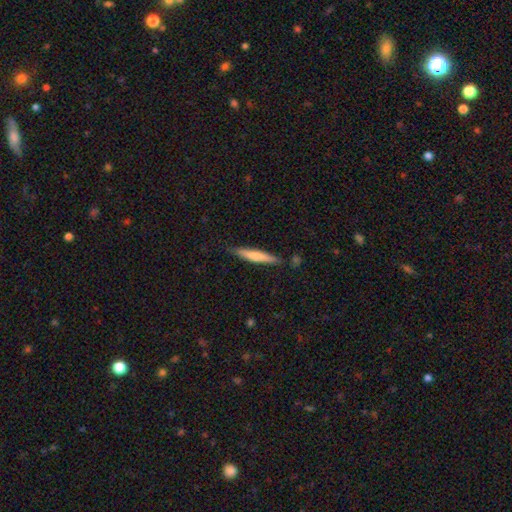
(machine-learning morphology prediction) Overall: smooth (66%; featured or disk 29%). How rounded: cigar-shaped (92%). Merging: none (83%).